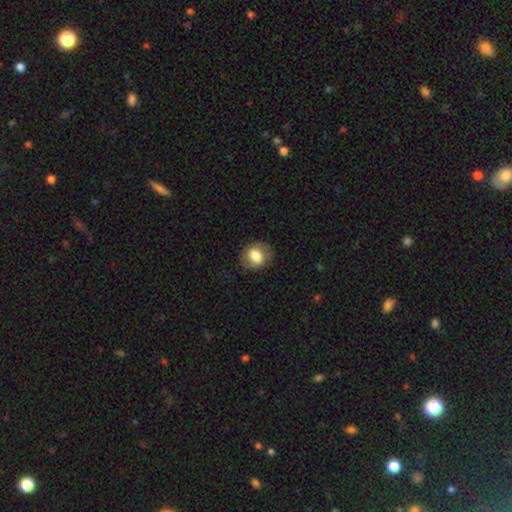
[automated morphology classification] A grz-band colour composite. It shows a smooth galaxy with no disk features (75%) that is round (59%). Merging: none (83%).